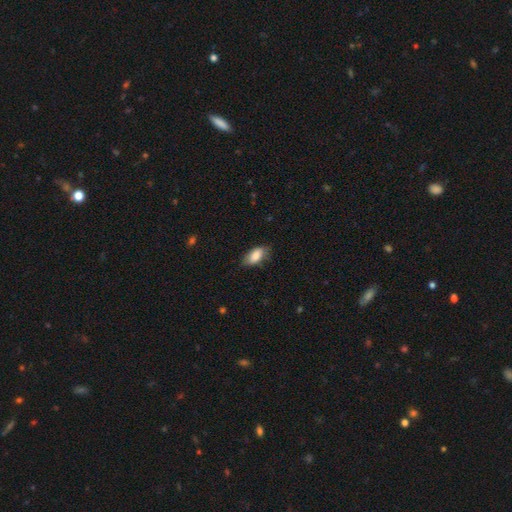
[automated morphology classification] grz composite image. It shows a smooth galaxy with no disk features (84%) that is in between round and cigar-shaped (90%). Merging: none (74%).